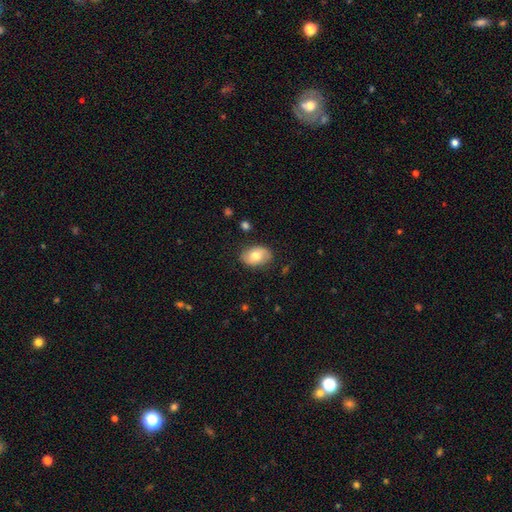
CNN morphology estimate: Overall: smooth (72%). How rounded: in between (86%). Merging: none (83%).